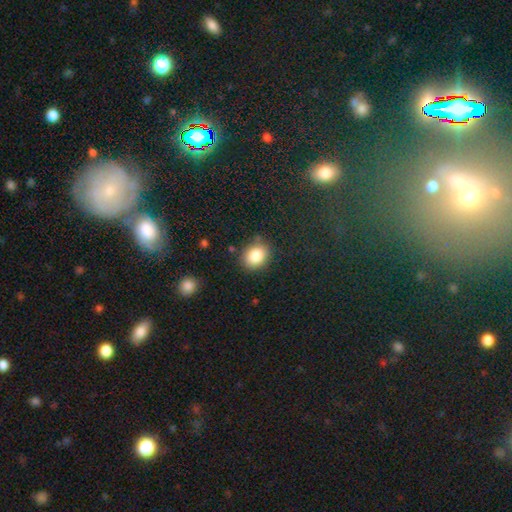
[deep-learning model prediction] A smooth galaxy with no disk features (84%) that is in between round and cigar-shaped (50%). Merging: none (82%).